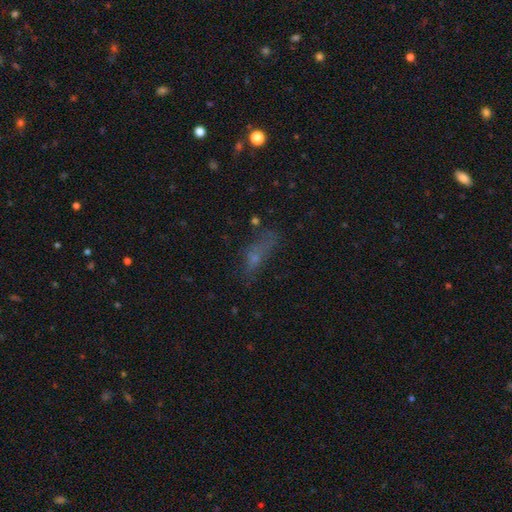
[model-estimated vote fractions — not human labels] Smooth or featured?
  - smooth: 49% *
  - featured or disk: 27%
  - star or artifact: 25%
Merging?
  - none: 42% *
  - major disturbance: 27%
  - minor disturbance: 24%
  - merger: 6%